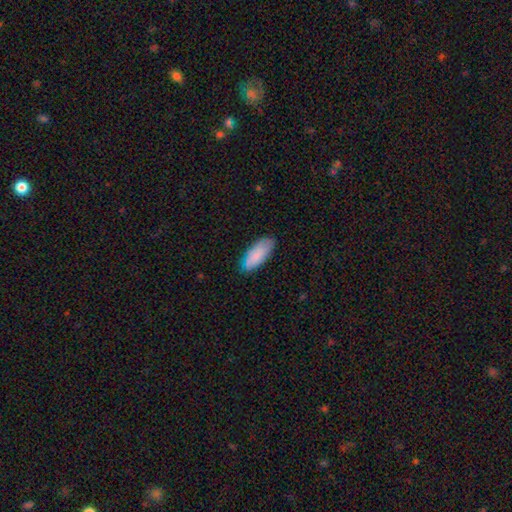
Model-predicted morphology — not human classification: smooth_or_featured: smooth (p=0.84) [alt: featured or disk p=0.10]
how_rounded: in between (p=0.83) [alt: cigar-shaped p=0.15]
merging: none (p=0.78) [alt: minor disturbance p=0.18]